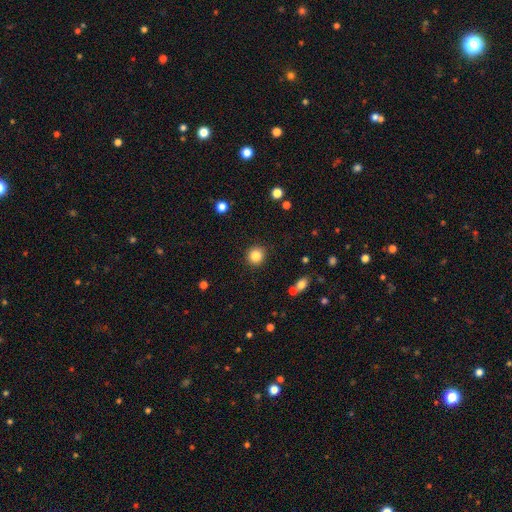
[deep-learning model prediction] A smooth galaxy with no disk features (85%) that is round (92%). Merging: none (90%).